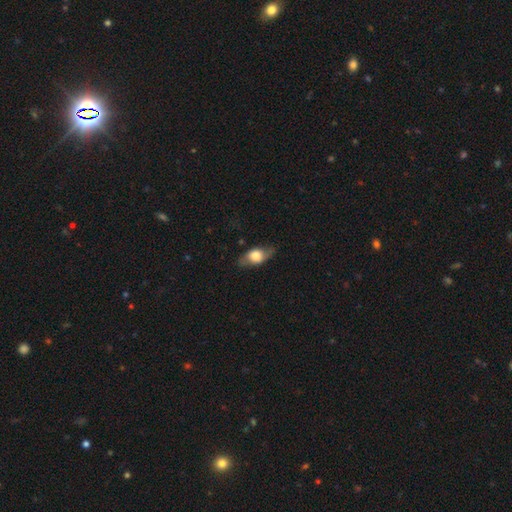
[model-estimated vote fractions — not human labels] A smooth galaxy with no disk features (57%) that is in between round and cigar-shaped (78%).

Vote fractions:
- Smooth or featured? smooth: 57% / featured or disk: 36% / star or artifact: 7%
- How rounded? in between: 78% / round: 14% / cigar-shaped: 8%
- Merging? none: 75% / minor disturbance: 18% / major disturbance: 6% / merger: 1%